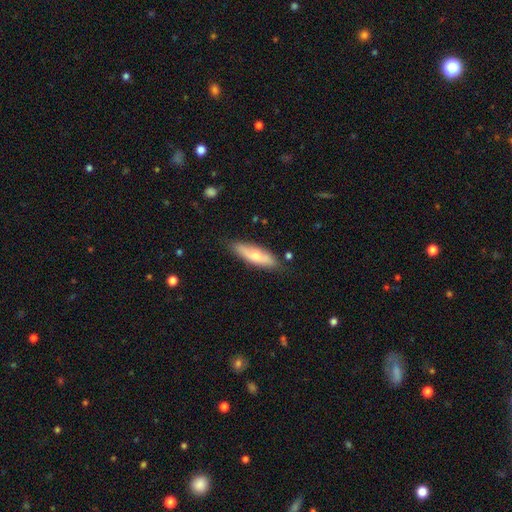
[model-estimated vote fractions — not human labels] This appears to be a smooth galaxy with no disk features (62%) that is cigar-shaped (54%). Merging: none (79%).